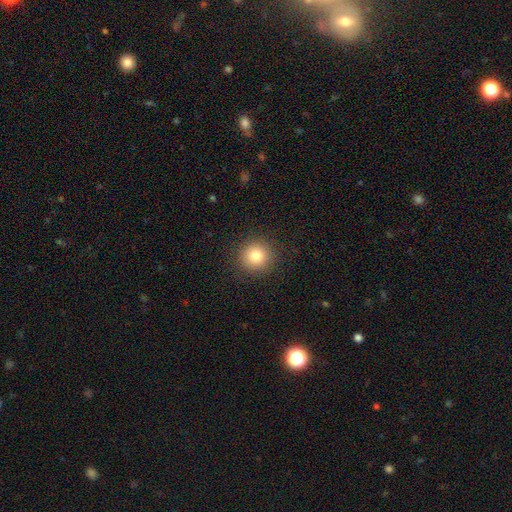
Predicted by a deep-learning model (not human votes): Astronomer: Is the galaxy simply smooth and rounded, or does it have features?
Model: smooth — 82%.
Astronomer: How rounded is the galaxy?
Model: round — 93%.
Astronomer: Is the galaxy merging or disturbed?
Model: none — 91%.